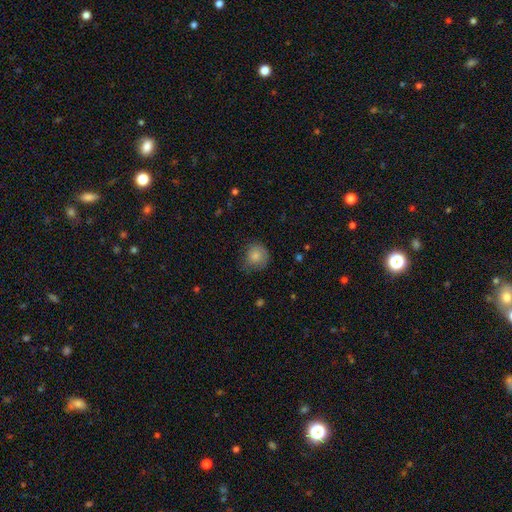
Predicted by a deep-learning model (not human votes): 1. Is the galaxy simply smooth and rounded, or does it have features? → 82% smooth, 10% featured or disk, 8% star or artifact.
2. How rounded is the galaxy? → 83% round, 16% in between, 1% cigar-shaped.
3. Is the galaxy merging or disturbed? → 59% none, 30% minor disturbance, 9% major disturbance, 1% merger.